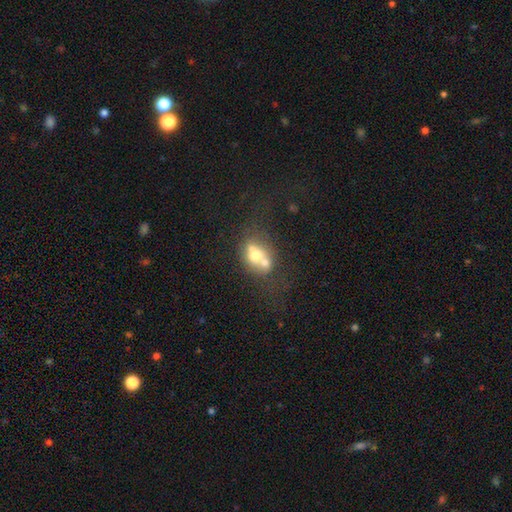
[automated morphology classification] Q: Smooth or featured?
A: smooth (56%); runner-up: featured or disk (33%)
Q: How rounded?
A: round (52%); runner-up: in between (47%)
Q: Merging?
A: merger (58%); runner-up: none (28%)